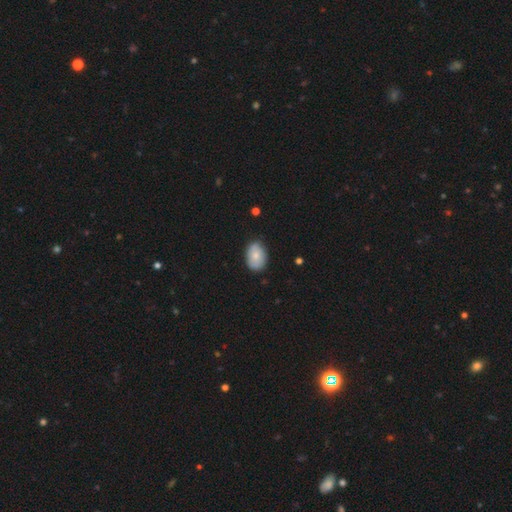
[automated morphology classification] This is likely a smooth galaxy (78%). How rounded: clearly in between (83%). Merging: likely none (77%).